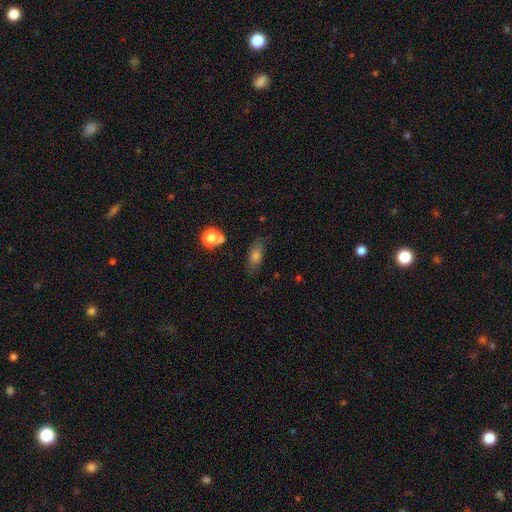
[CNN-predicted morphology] Smooth or featured? smooth (71%)
How rounded? in between (73%)
Merging? none (76%)